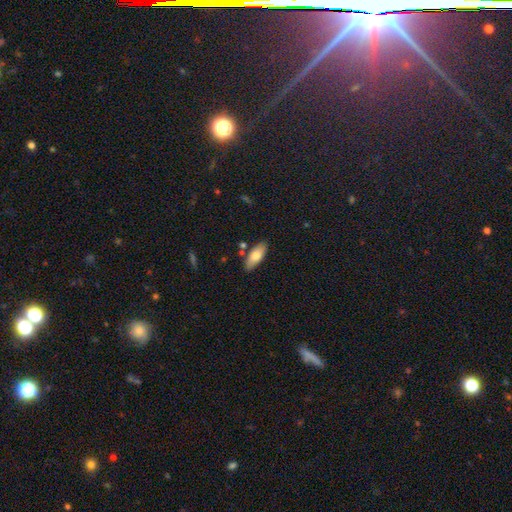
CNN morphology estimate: This appears to be a smooth galaxy with no disk features (78%) that is in between round and cigar-shaped (79%). Merging: none (81%).